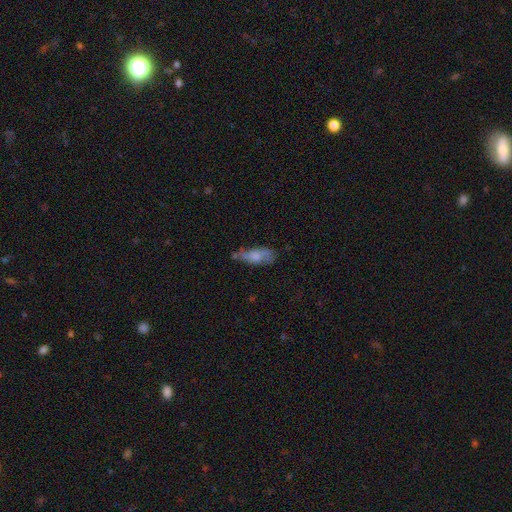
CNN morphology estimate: The model was most divided on "merging": none: 42%, minor disturbance: 34%, major disturbance: 14%, merger: 9%. More confident: how rounded — in between (72%); smooth or featured — smooth (63%).